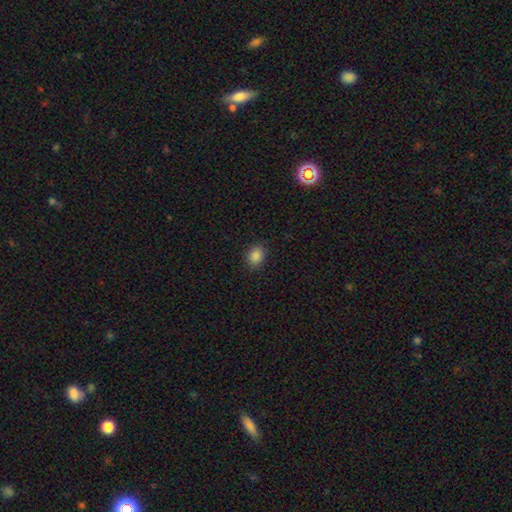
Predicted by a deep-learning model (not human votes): Smooth or featured? smooth (86%)
How rounded? in between (52%)
Merging? none (87%)